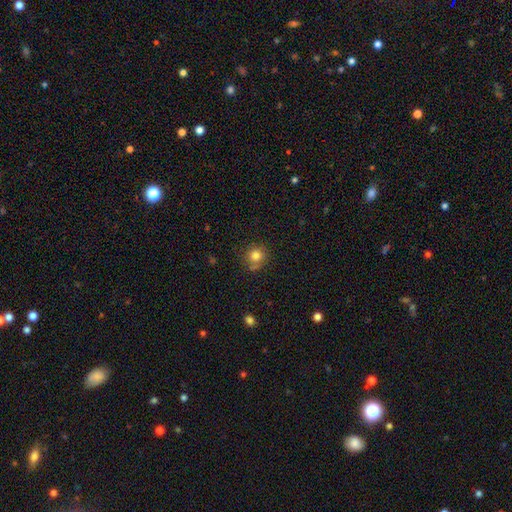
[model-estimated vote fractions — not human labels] Morphology: type=smooth (81%); roundness=round (90%); merging=none (72%).